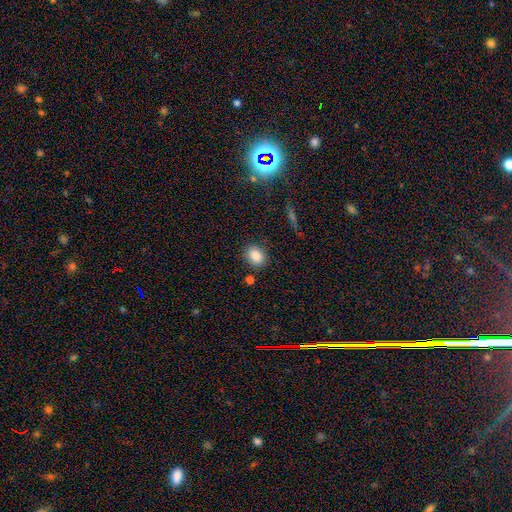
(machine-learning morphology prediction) Smooth or featured? smooth (85%)
How rounded? in between (56%)
Merging? none (84%)